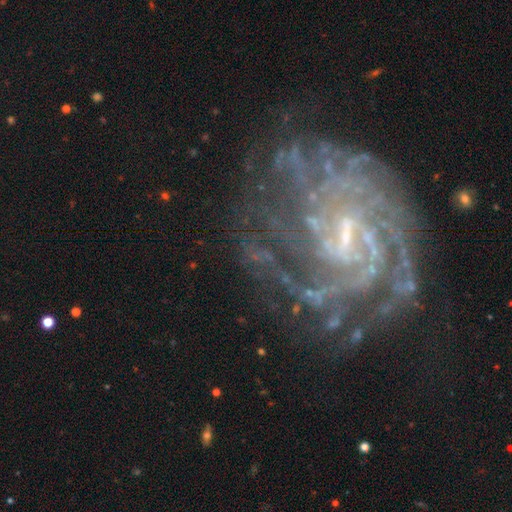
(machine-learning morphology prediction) Smooth or featured? featured or disk (86%)
Edge-on disk? no (97%)
Bar? weak (51%)
Spiral arms? yes (94%)
Spiral winding? tight (60%)
Spiral arm count? can't tell (34%)
Bulge size? small (58%)
Merging? none (66%)